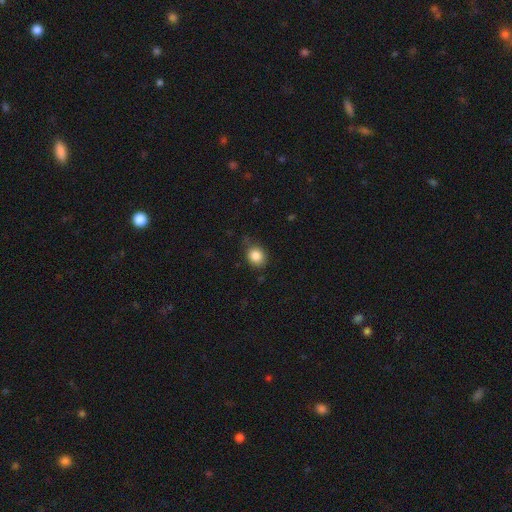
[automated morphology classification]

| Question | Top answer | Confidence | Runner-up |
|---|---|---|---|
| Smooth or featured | smooth | 85% | star or artifact (10%) |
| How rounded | round | 67% | in between (32%) |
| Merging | none | 74% | minor disturbance (20%) |